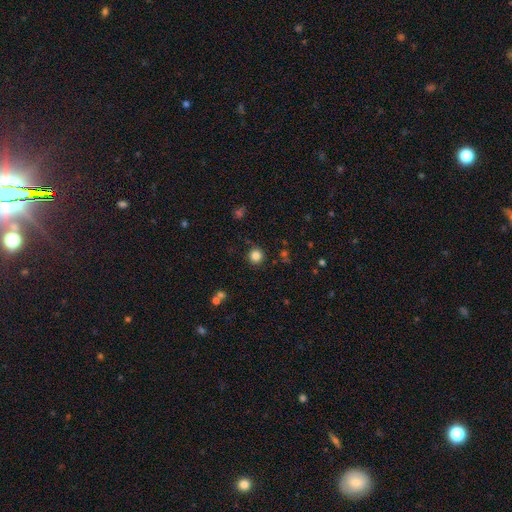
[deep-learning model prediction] This is clearly a smooth galaxy (83%). How rounded: clearly round (95%). Merging: clearly none (89%).